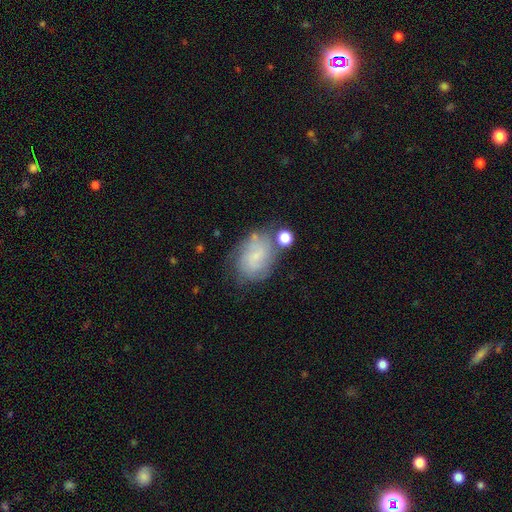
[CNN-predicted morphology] This appears to be a smooth galaxy with no disk features (45%). Merging: none (56%).